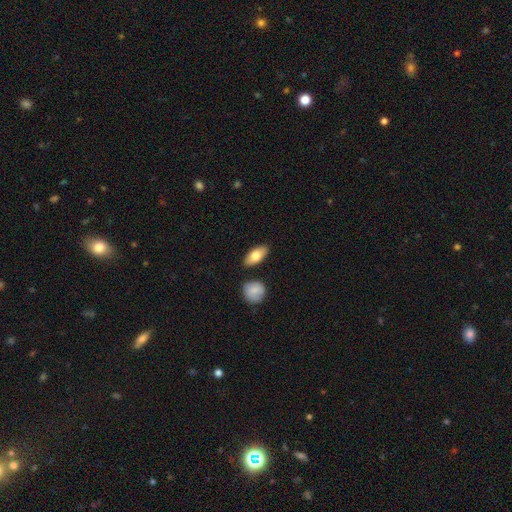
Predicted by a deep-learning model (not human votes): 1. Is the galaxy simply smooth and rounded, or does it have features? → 77% smooth, 17% featured or disk, 6% star or artifact.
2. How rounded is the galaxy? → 87% in between, 9% cigar-shaped, 4% round.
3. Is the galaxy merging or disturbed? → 84% none, 9% minor disturbance, 4% merger, 2% major disturbance.